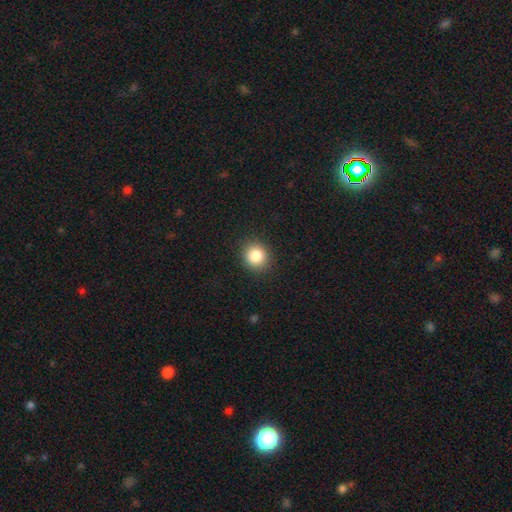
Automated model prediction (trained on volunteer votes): The model was most divided on "how rounded": round: 83%, in between: 16%, cigar-shaped: 1%. More confident: merging — none (90%); smooth or featured — smooth (85%).